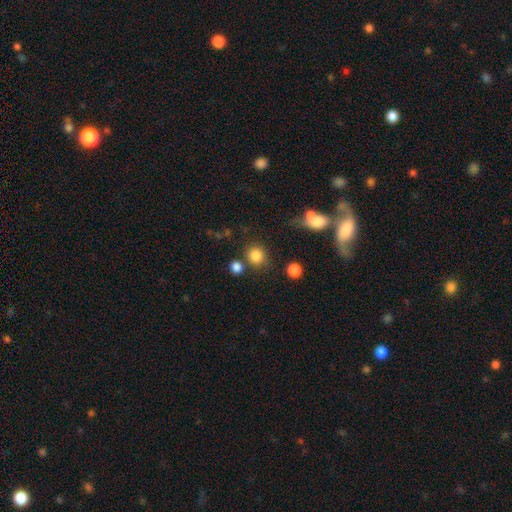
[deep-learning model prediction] This is clearly a smooth galaxy (83%). How rounded: clearly round (85%). Merging: likely none (74%).